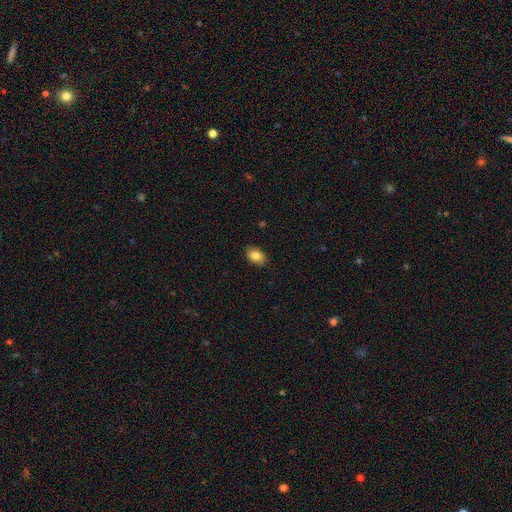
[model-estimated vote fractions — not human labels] Smooth or featured: smooth — 84% (star or artifact — 8%)
How rounded: in between — 85% (round — 14%)
Merging: none — 88% (minor disturbance — 9%)